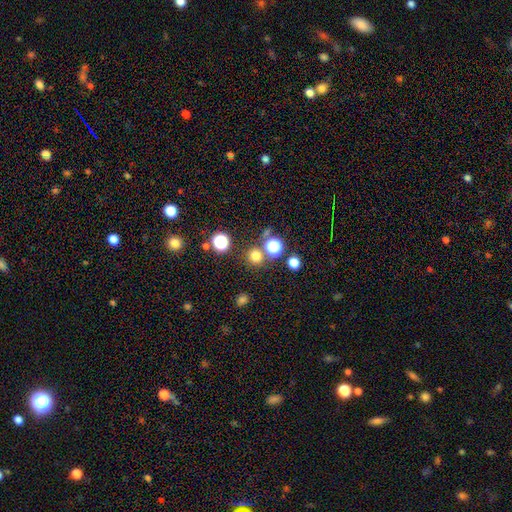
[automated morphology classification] Smooth or featured? Predicted: smooth (p=0.70). How rounded? Predicted: round (p=0.89). Merging? Predicted: none (p=0.77).